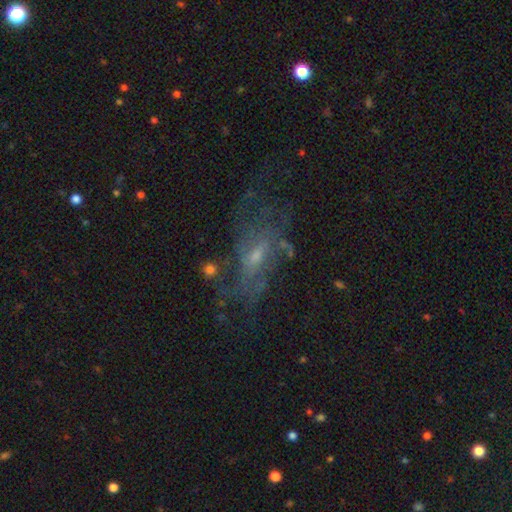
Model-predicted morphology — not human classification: A featured or disk galaxy (69%) with no bar (49%), spiral arms (65%) and a small central bulge (56%). Merging: none (54%).